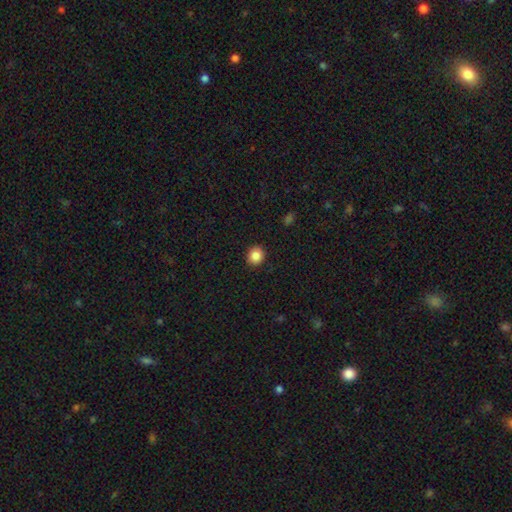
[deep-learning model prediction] The model was most divided on "how rounded": round: 86%, in between: 13%, cigar-shaped: 1%. More confident: merging — none (91%); smooth or featured — smooth (86%).